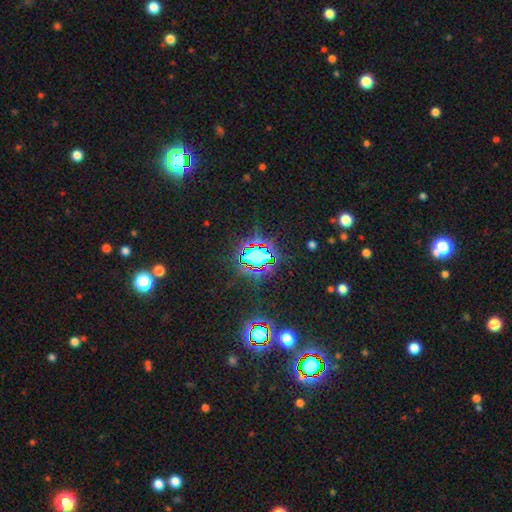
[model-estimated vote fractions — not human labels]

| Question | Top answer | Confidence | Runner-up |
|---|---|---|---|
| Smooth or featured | star or artifact | 69% | smooth (20%) |